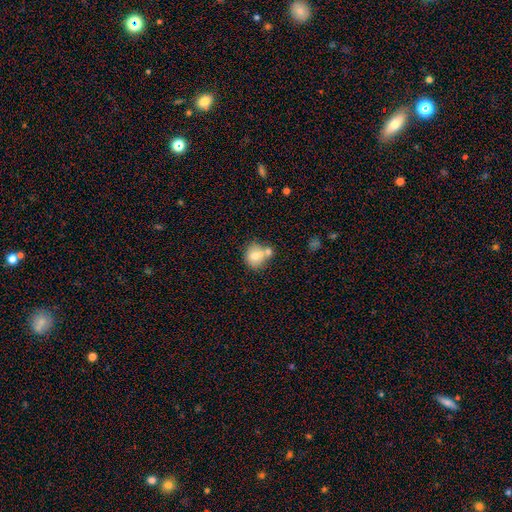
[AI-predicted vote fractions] smooth-or-featured: smooth: 74% | featured or disk: 16% | star or artifact: 9%
  how-rounded: round: 80% | in between: 19% | cigar-shaped: 1%
  merging: none: 49% | merger: 33% | minor disturbance: 13% | major disturbance: 4%